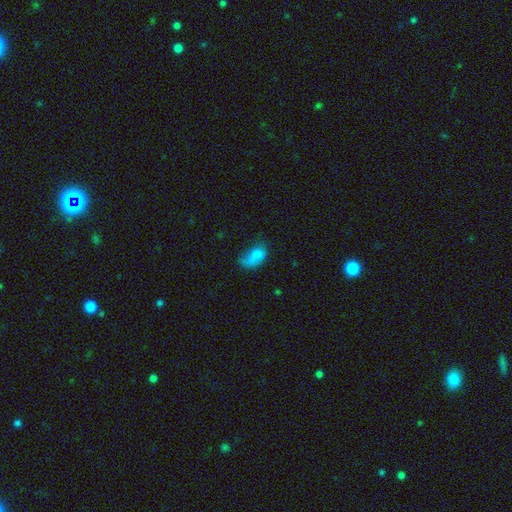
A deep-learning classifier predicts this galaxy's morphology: smooth_or_featured: smooth (p=0.75) [alt: featured or disk p=0.15]
how_rounded: in between (p=0.90) [alt: round p=0.08]
merging: none (p=0.34) [alt: minor disturbance p=0.32]